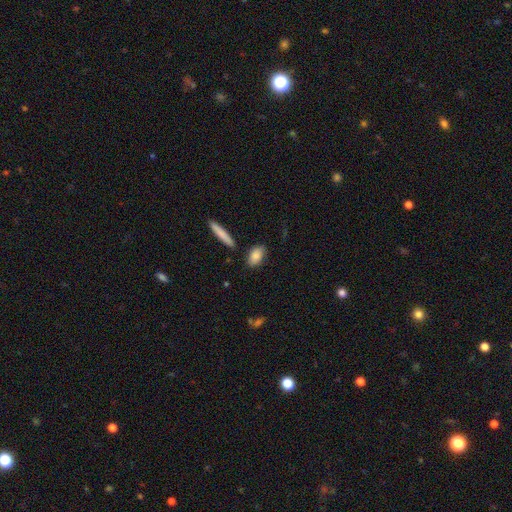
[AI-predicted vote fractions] smooth_or_featured: smooth (p=0.85) [alt: featured or disk p=0.09]
how_rounded: in between (p=0.85) [alt: cigar-shaped p=0.08]
merging: none (p=0.80) [alt: minor disturbance p=0.13]